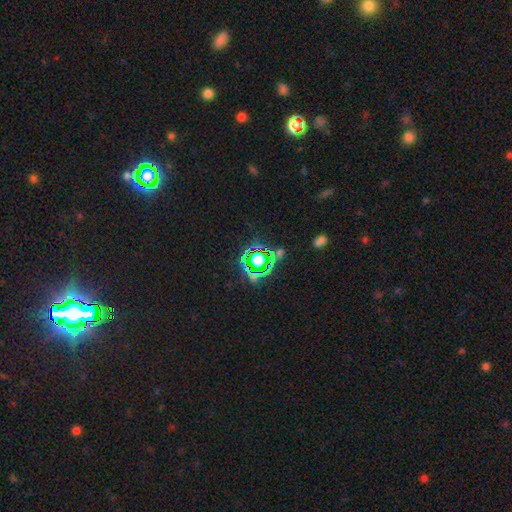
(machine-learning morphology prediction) This appears to be a star or artifact, not a galaxy (79%).